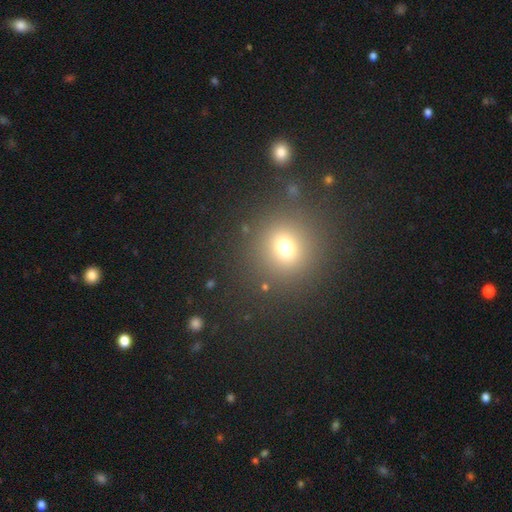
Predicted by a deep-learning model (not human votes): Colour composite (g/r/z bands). It shows a smooth galaxy with no disk features (61%) that is round (87%). Merging: none (88%).